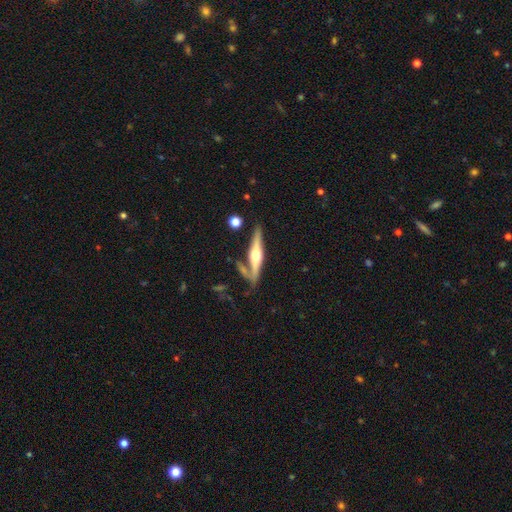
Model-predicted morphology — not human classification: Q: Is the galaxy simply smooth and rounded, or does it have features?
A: featured or disk — 71%.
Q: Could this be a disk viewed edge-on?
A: yes — 95%.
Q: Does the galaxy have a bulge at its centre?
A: rounded — 93%.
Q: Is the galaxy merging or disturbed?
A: none — 67%.